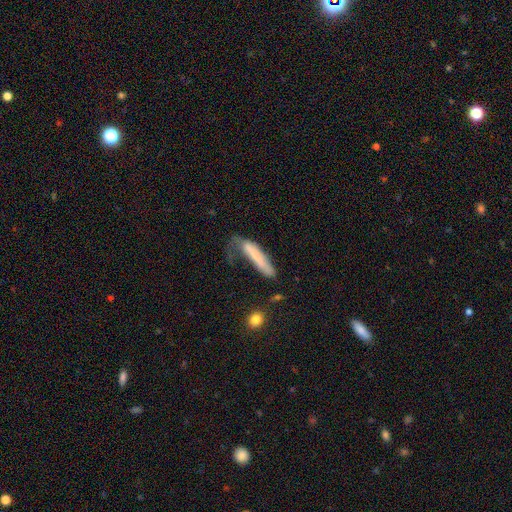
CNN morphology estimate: This is likely a smooth galaxy (65%). How rounded: clearly cigar-shaped (84%). Merging: marginally major disturbance (41%).